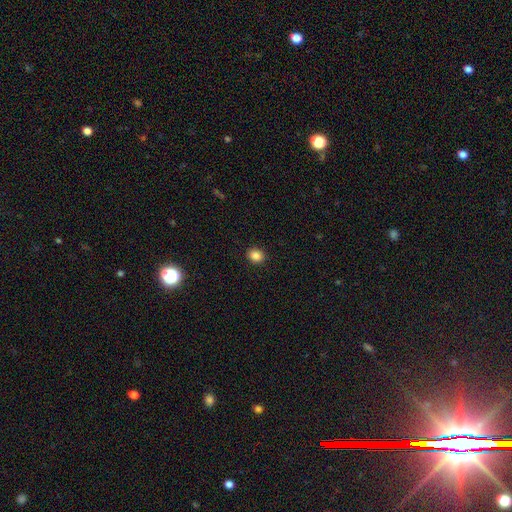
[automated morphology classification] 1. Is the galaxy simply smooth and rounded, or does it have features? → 86% smooth, 10% star or artifact, 4% featured or disk.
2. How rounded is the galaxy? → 61% round, 38% in between, 1% cigar-shaped.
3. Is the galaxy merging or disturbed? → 91% none, 6% minor disturbance, 2% major disturbance, 1% merger.